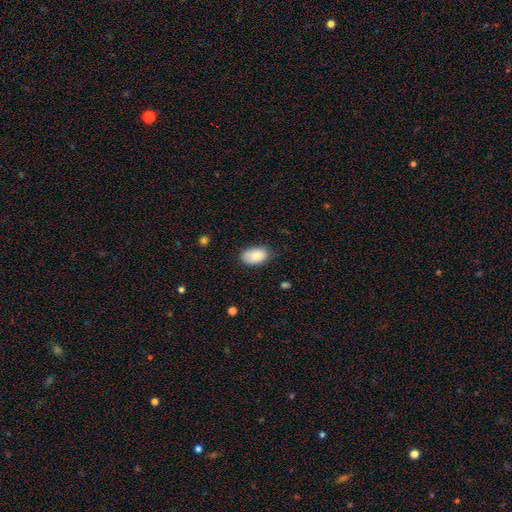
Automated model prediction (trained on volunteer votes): smooth 85%, featured or disk 8%, star or artifact 7%. Down the decision tree: how rounded — in between (93%); merging — none (77%).